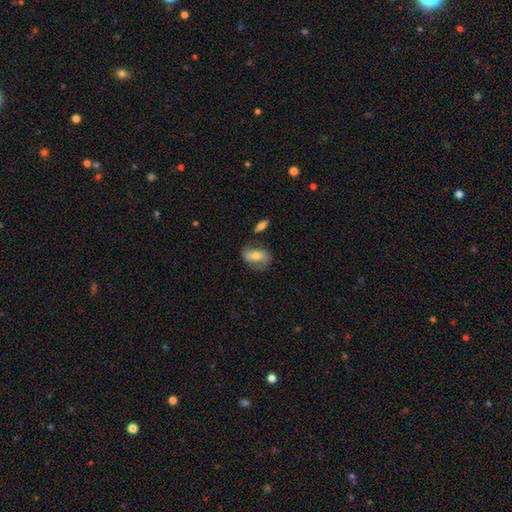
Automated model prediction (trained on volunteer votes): Smooth or featured? Predicted: smooth (p=0.49). Merging? Predicted: none (p=0.64).